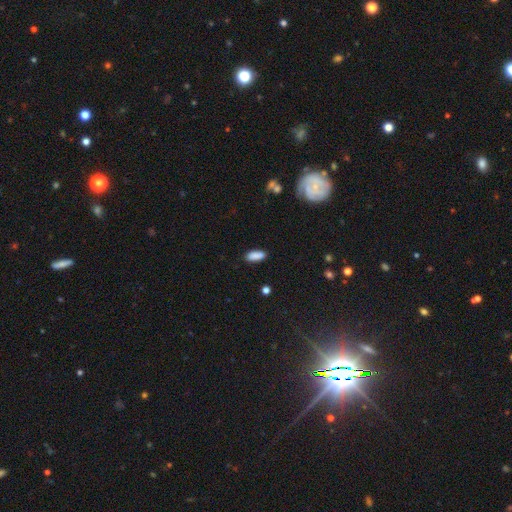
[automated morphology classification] Smooth or featured? smooth (86%)
How rounded? in between (78%)
Merging? none (79%)